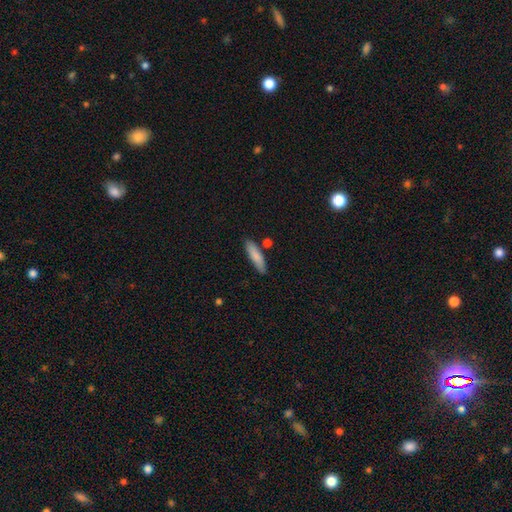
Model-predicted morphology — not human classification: type=smooth (83%); roundness=cigar-shaped (71%); merging=none (79%).